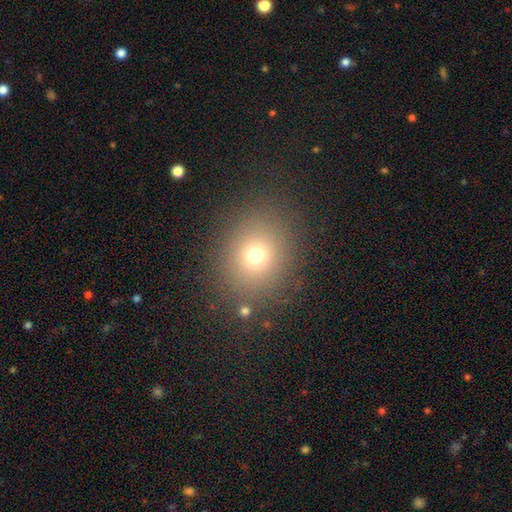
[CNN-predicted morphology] type=smooth (70%); roundness=round (71%); merging=none (85%).